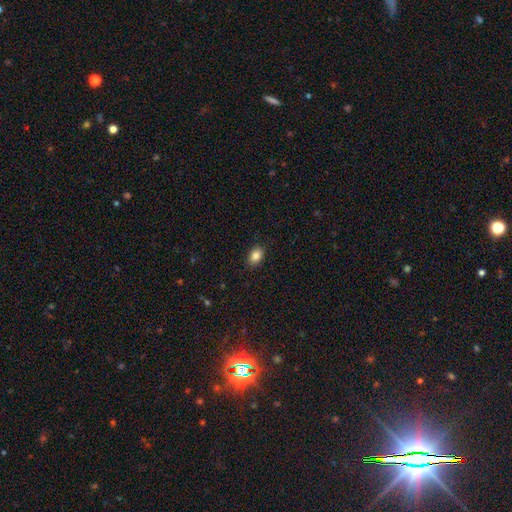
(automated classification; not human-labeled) Overall: smooth (86%). How rounded: in between (78%). Merging: none (88%).